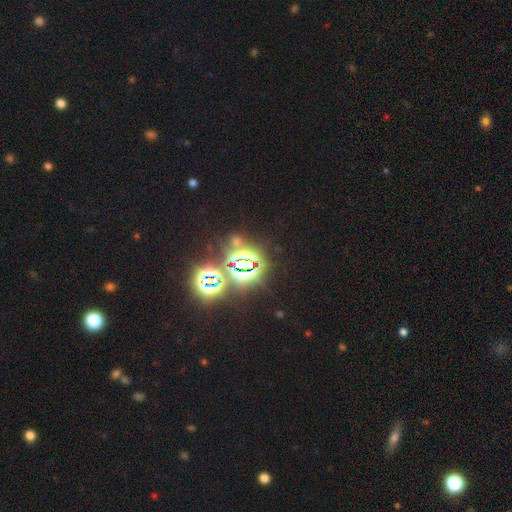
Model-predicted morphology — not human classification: Smooth or featured? Predicted: star or artifact (p=0.76).